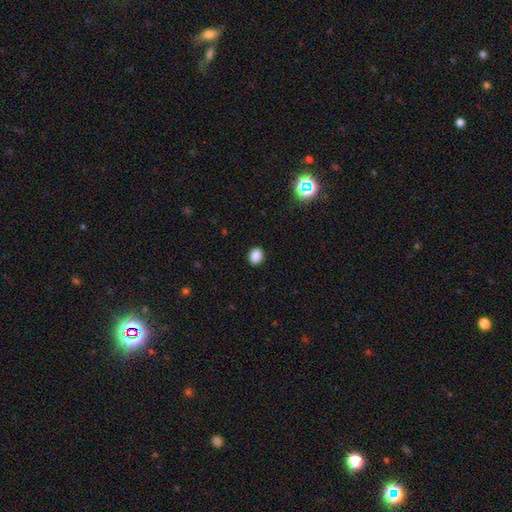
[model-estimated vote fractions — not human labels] Smooth or featured: smooth — 87% (star or artifact — 10%)
How rounded: round — 61% (in between — 38%)
Merging: none — 90% (minor disturbance — 7%)